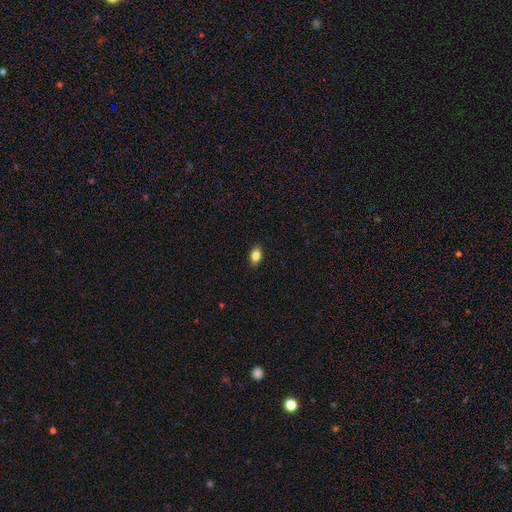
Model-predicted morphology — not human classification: This appears to be a smooth galaxy with no disk features (82%) that is in between round and cigar-shaped (84%). Merging: none (88%).